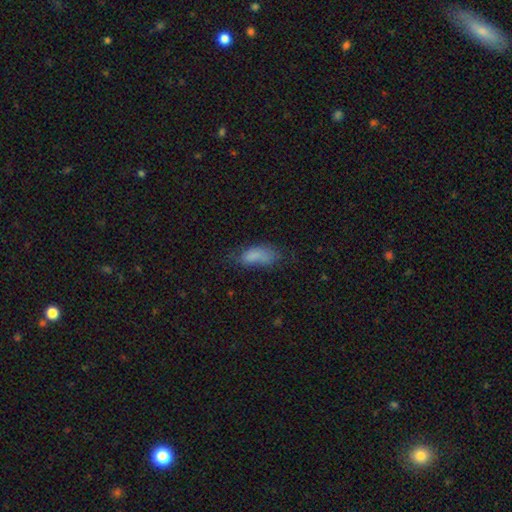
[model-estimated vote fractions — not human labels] Smooth or featured? Predicted: smooth (p=0.77). How rounded? Predicted: in between (p=0.83). Merging? Predicted: none (p=0.44).